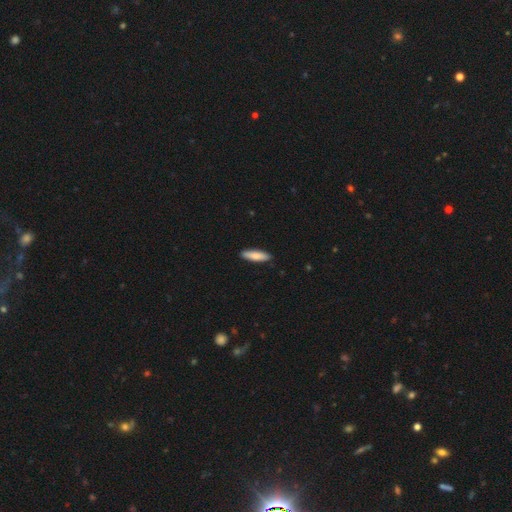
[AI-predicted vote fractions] Smooth or featured: smooth — 80% (featured or disk — 14%)
How rounded: cigar-shaped — 67% (in between — 31%)
Merging: none — 90% (minor disturbance — 7%)